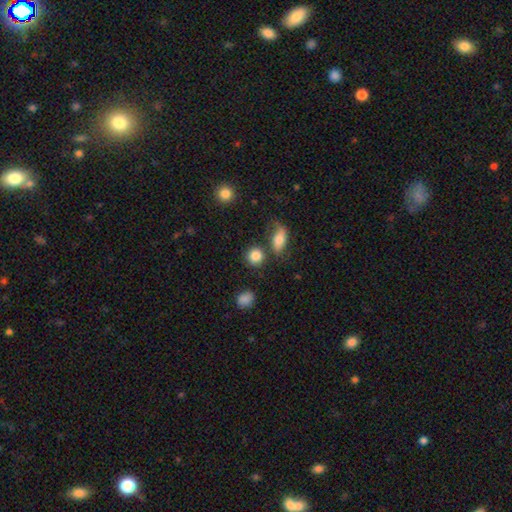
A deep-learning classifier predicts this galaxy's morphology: smooth_or_featured: smooth (p=0.85) [alt: star or artifact p=0.09]
how_rounded: round (p=0.85) [alt: in between p=0.14]
merging: none (p=0.74) [alt: minor disturbance p=0.11]